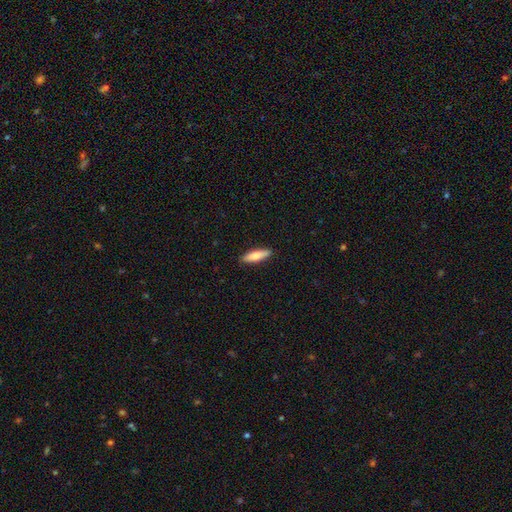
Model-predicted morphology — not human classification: Q: Smooth or featured?
A: smooth (72%); runner-up: featured or disk (22%)
Q: How rounded?
A: cigar-shaped (65%); runner-up: in between (33%)
Q: Merging?
A: none (89%); runner-up: minor disturbance (9%)